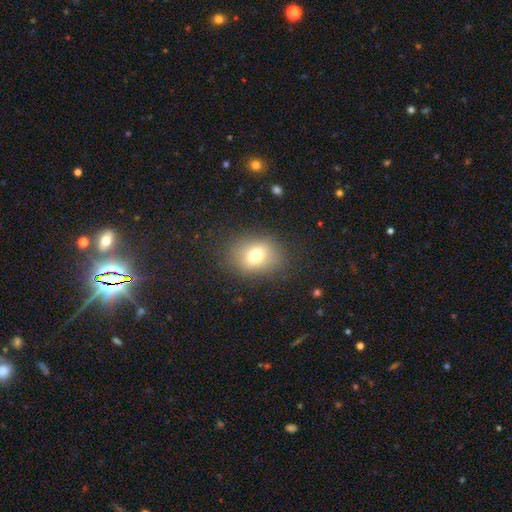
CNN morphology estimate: Q: Smooth or featured?
A: smooth (73%); runner-up: featured or disk (14%)
Q: How rounded?
A: in between (52%); runner-up: round (47%)
Q: Merging?
A: none (82%); runner-up: minor disturbance (11%)